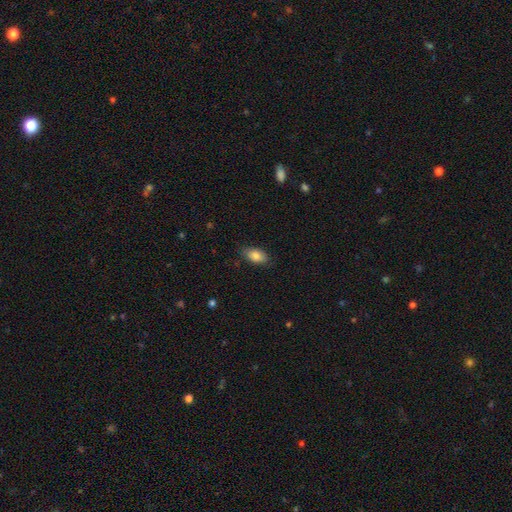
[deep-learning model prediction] Smooth or featured? Predicted: smooth (p=0.84). How rounded? Predicted: in between (p=0.91). Merging? Predicted: none (p=0.81).